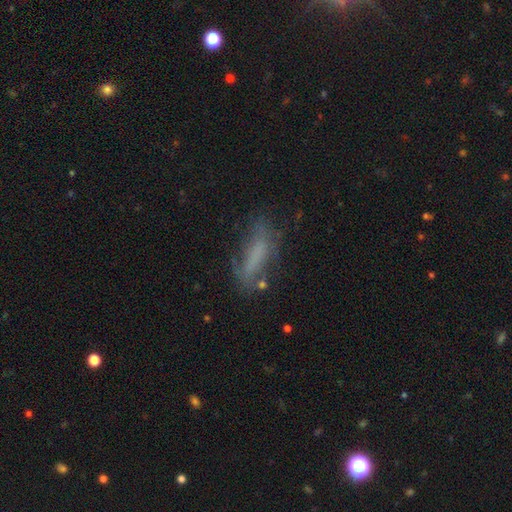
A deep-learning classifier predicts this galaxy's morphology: smooth 55%, featured or disk 32%, star or artifact 13%. Down the decision tree: how rounded — cigar-shaped (57%); merging — none (54%).